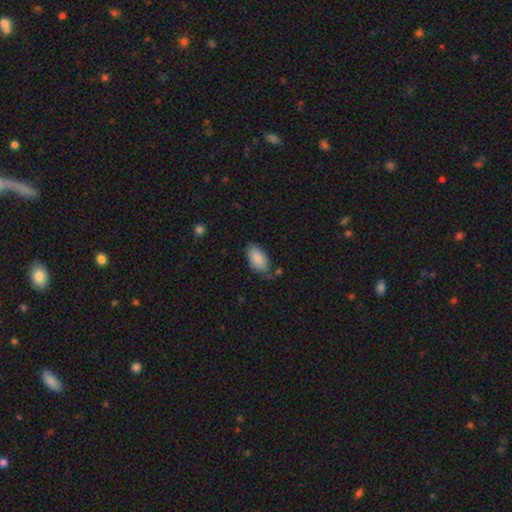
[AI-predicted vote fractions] Morphology: type=smooth (88%); roundness=in between (94%); merging=none (71%).